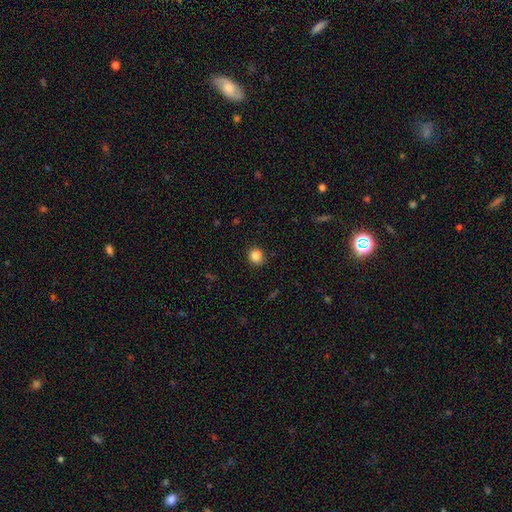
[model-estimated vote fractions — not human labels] This appears to be a smooth galaxy with no disk features (85%) that is round (85%). Merging: none (89%).